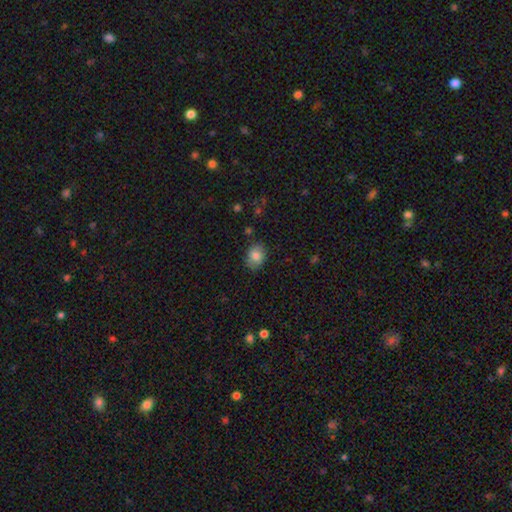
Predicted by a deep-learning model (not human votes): smooth_or_featured: smooth (p=0.82) [alt: featured or disk p=0.09]
how_rounded: in between (p=0.63) [alt: round p=0.36]
merging: none (p=0.80) [alt: minor disturbance p=0.15]